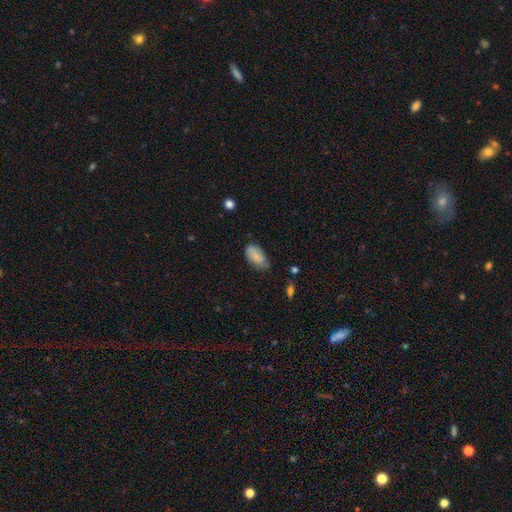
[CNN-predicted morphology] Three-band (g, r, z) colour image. It shows a smooth galaxy with no disk features (77%) that is in between round and cigar-shaped (93%). Merging: none (59%).